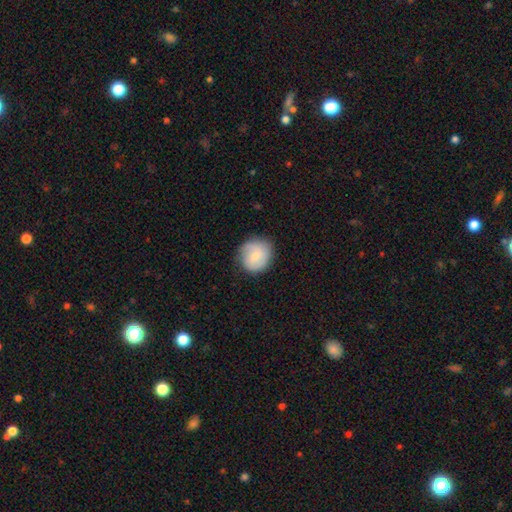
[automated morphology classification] Smooth or featured? smooth (65%)
How rounded? round (87%)
Merging? none (75%)